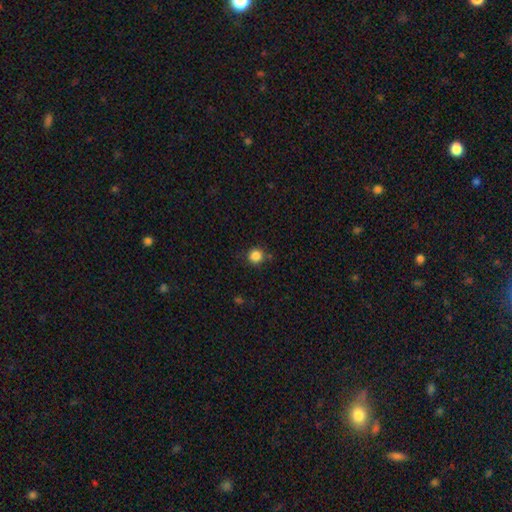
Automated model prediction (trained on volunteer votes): The model was most divided on "smooth or featured": smooth: 85%, star or artifact: 11%, featured or disk: 3%. More confident: how rounded — round (94%); merging — none (84%).